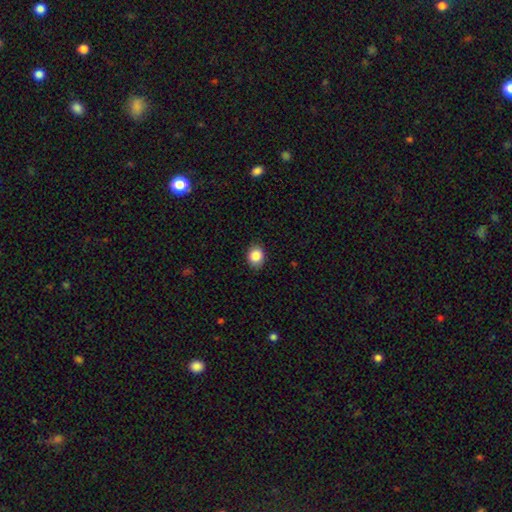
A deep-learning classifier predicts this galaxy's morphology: Smooth or featured? Predicted: smooth (p=0.86). How rounded? Predicted: round (p=0.55). Merging? Predicted: none (p=0.87).